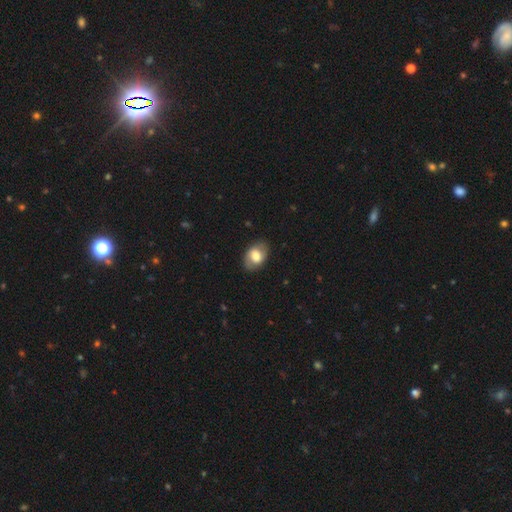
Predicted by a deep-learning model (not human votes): This is likely a smooth galaxy (60%). How rounded: clearly in between (84%). Merging: clearly none (84%).